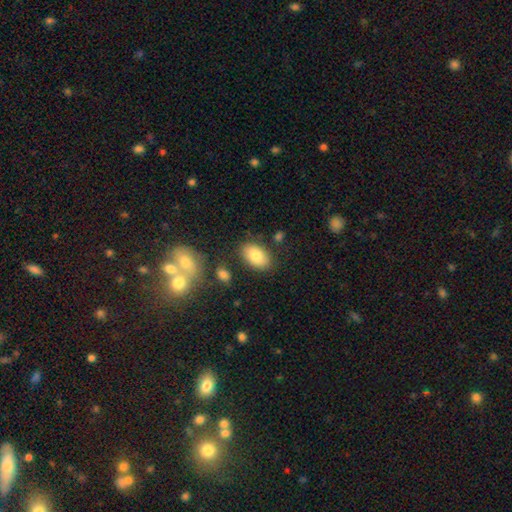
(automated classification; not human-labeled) smooth-or-featured: smooth: 82% | featured or disk: 10% | star or artifact: 8%
  how-rounded: in between: 92% | round: 7% | cigar-shaped: 1%
  merging: none: 81% | minor disturbance: 12% | merger: 4% | major disturbance: 3%